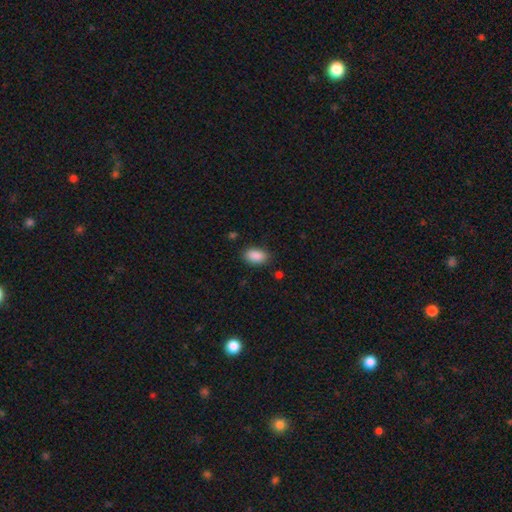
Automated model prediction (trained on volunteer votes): A smooth galaxy with no disk features (89%) that is in between round and cigar-shaped (92%).

Vote fractions:
- Smooth or featured? smooth: 89% / star or artifact: 7% / featured or disk: 3%
- How rounded? in between: 92% / round: 6% / cigar-shaped: 2%
- Merging? none: 84% / minor disturbance: 11% / major disturbance: 3% / merger: 1%